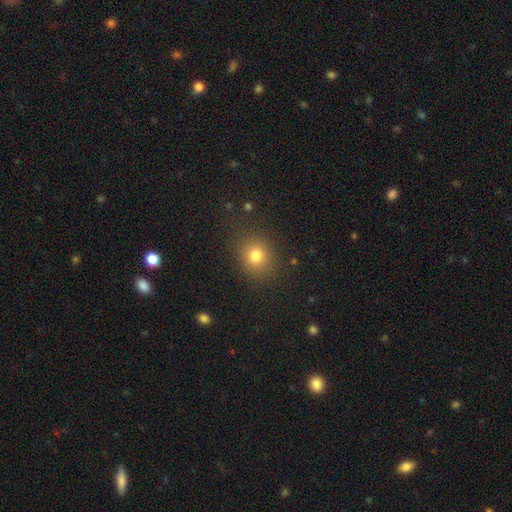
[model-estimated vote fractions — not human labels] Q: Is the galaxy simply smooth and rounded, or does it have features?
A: smooth — 79%.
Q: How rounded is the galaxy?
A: round — 73%.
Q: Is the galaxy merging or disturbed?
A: none — 84%.